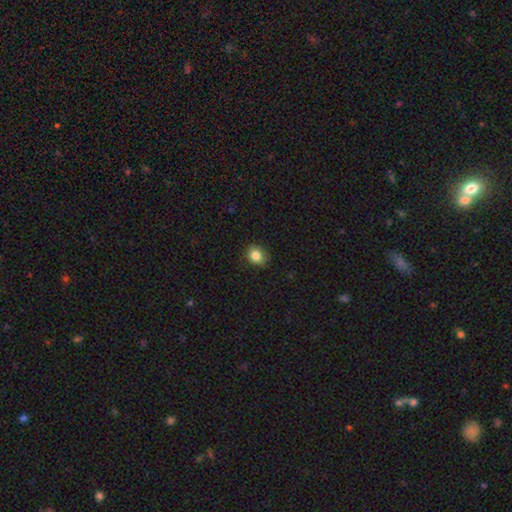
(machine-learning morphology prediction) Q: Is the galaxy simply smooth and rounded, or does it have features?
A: smooth — 85%.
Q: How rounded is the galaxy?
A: round — 64%.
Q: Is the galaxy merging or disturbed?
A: none — 82%.